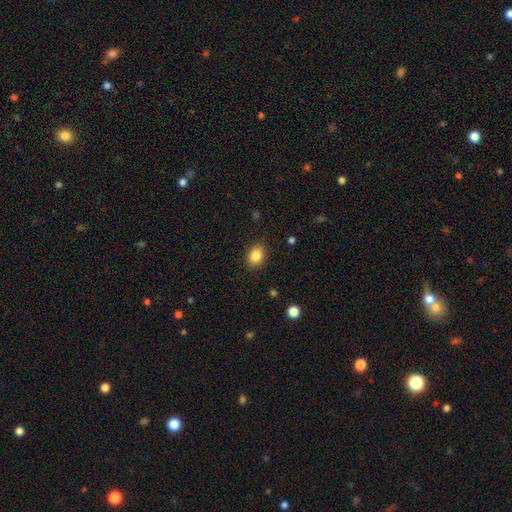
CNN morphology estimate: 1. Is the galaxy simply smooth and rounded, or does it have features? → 85% smooth, 9% star or artifact, 6% featured or disk.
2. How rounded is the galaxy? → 62% in between, 37% round, 1% cigar-shaped.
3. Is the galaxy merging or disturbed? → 88% none, 9% minor disturbance, 2% major disturbance, 1% merger.